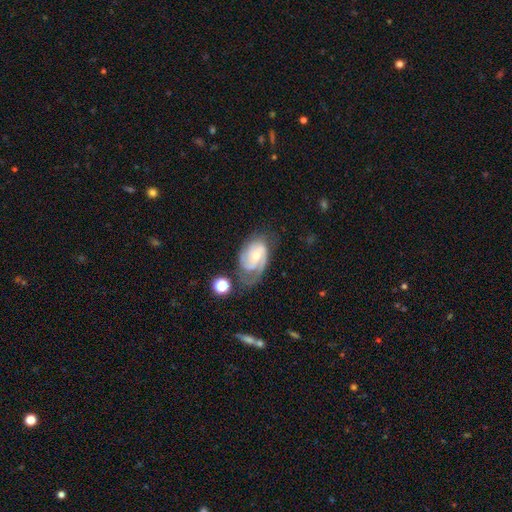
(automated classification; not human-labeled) A featured or disk galaxy (81%) with no bar (55%), 2 (46%) tight (44%) spiral arms (95%) and a small central bulge (52%). Merging: none (51%).